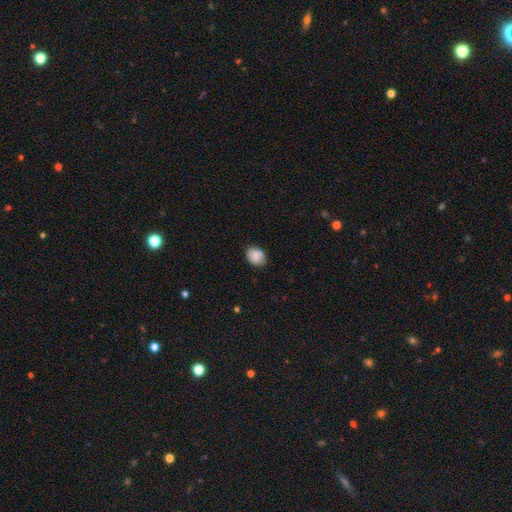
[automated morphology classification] Smooth or featured: smooth — 84% (featured or disk — 8%)
How rounded: in between — 59% (round — 40%)
Merging: none — 81% (minor disturbance — 15%)